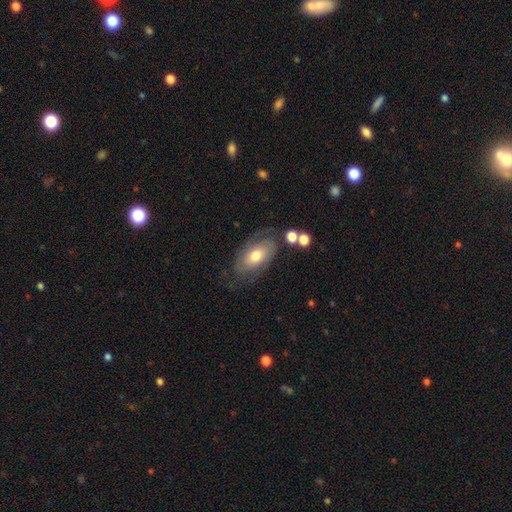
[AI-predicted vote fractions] This is possibly a featured or disk galaxy (48%). Merging: likely none (63%).